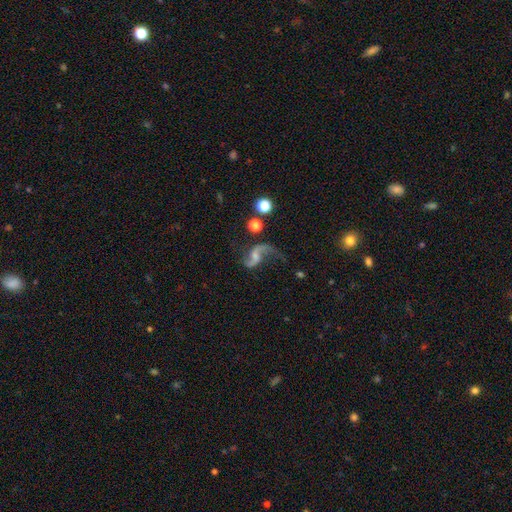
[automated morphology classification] This appears to be a featured or disk galaxy (86%) with no bar (50%), 2 (90%) loose (86%) spiral arms (96%) and a small central bulge (45%). Merging: none (61%).